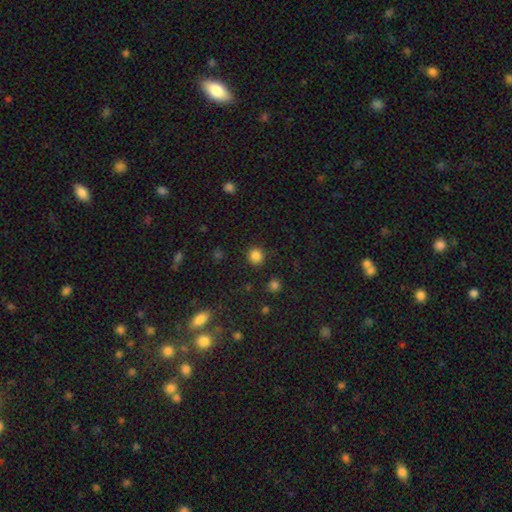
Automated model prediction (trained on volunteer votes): smooth-or-featured: smooth: 84% | star or artifact: 13% | featured or disk: 3%
  how-rounded: round: 87% | in between: 12% | cigar-shaped: 1%
  merging: none: 88% | minor disturbance: 7% | major disturbance: 3% | merger: 2%